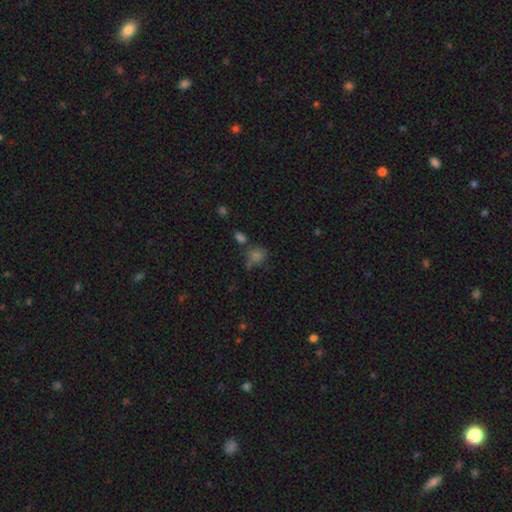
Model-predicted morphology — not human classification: smooth 59%, star or artifact 31%, featured or disk 10%. Down the decision tree: how rounded — round (75%); merging — none (60%).